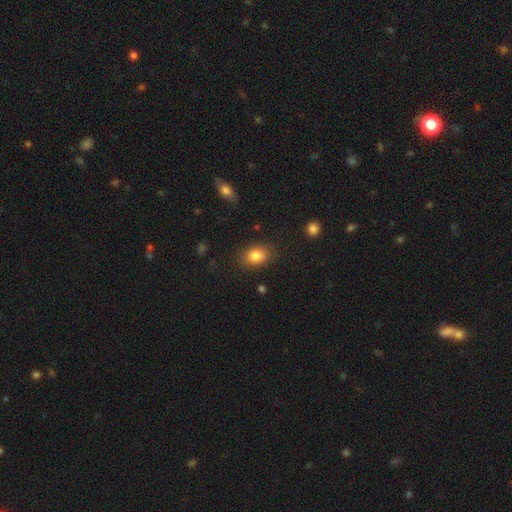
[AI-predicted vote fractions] A smooth galaxy with no disk features (84%) that is in between round and cigar-shaped (75%). Merging: none (83%).